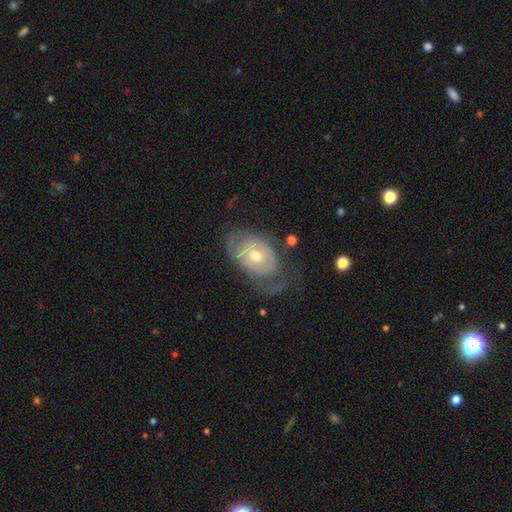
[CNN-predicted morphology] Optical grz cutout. It shows a featured or disk galaxy (72%) with no bar (67%), spiral arms (63%) and a moderate central bulge (71%). Merging: none (47%).